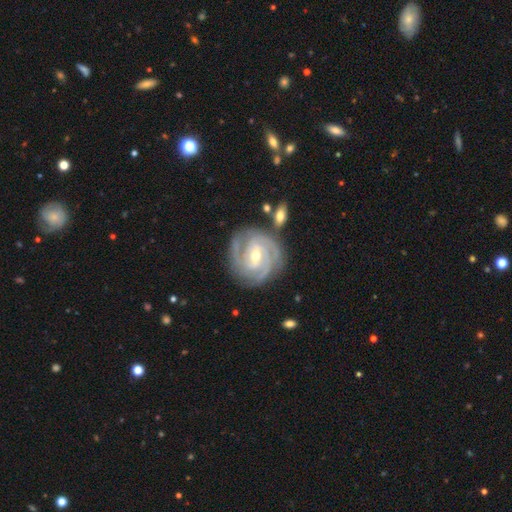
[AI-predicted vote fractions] A featured or disk galaxy (91%) with a weak bar (49%), 3 (45%) tight (76%) spiral arms (98%) and a moderate central bulge (52%).

Vote fractions:
- Smooth or featured? featured or disk: 91% / smooth: 4% / star or artifact: 4%
- Edge-on disk? no: 97% / yes: 3%
- Bar? weak: 49% / strong: 26% / no: 25%
- Spiral arms? yes: 98% / no: 2%
- Spiral winding? tight: 76% / medium: 21% / loose: 3%
- Spiral arm count? 3: 45% / 4: 20% / 2: 15% / can't tell: 10% / more than 4: 5% / 1: 4%
- Bulge size? moderate: 52% / small: 45% / large: 1% / none: 1% / dominant: 1%
- Merging? none: 79% / minor disturbance: 13% / merger: 4% / major disturbance: 4%